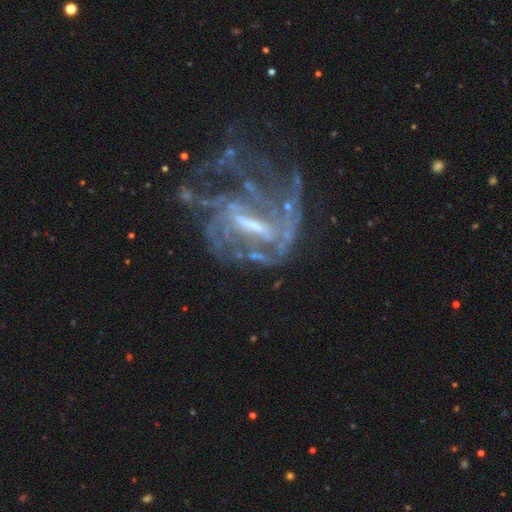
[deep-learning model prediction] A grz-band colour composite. It shows a featured or disk galaxy (85%) with a strong bar (58%), tight (43%) spiral arms (86%) and a moderate central bulge (37%). Merging: none (39%).